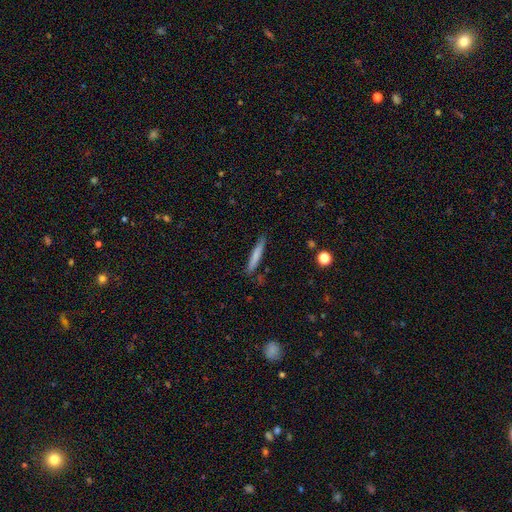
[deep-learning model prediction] This appears to be a smooth galaxy with no disk features (73%) that is cigar-shaped (94%). Merging: none (85%).